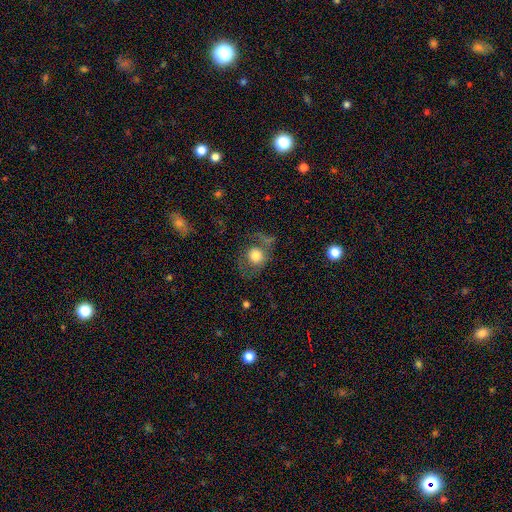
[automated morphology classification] A smooth galaxy with no disk features (69%) that is round (77%). Merging: none (50%).